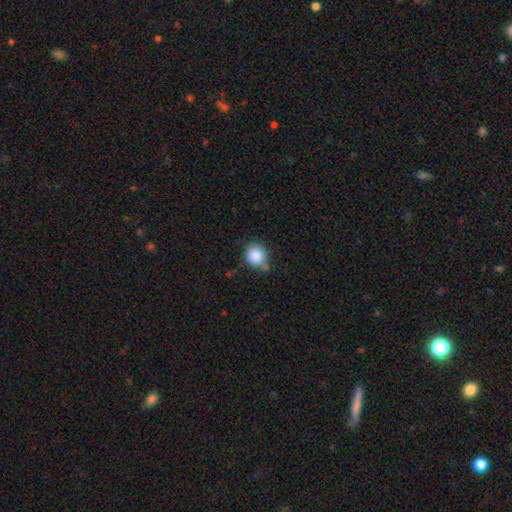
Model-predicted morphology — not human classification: Overall: smooth (86%). How rounded: round (84%). Merging: none (60%; minor disturbance 26%).